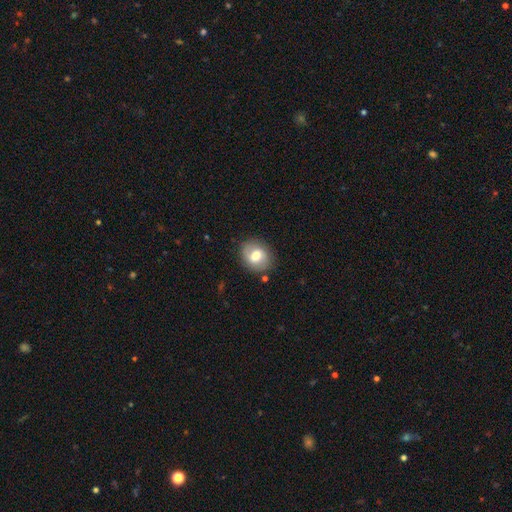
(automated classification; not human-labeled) Overall: smooth (60%; featured or disk 32%). How rounded: round (59%; in between 40%). Merging: none (82%).